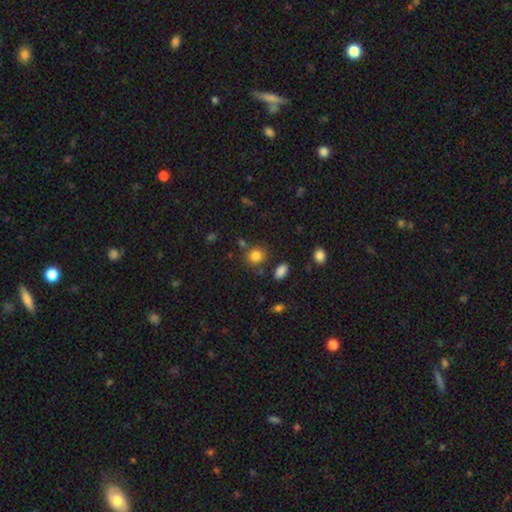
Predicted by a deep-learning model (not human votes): A smooth galaxy with no disk features (83%) that is round (79%). Merging: none (76%).